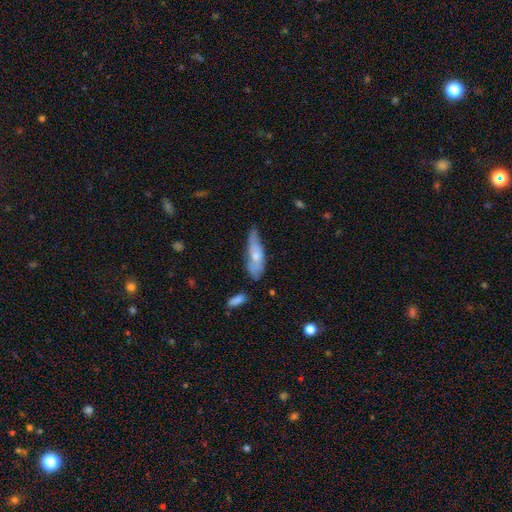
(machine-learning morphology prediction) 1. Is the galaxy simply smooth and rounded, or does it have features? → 57% smooth, 36% featured or disk, 6% star or artifact.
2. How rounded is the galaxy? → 59% in between, 39% cigar-shaped, 2% round.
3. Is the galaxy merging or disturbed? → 41% none, 40% minor disturbance, 14% major disturbance, 6% merger.